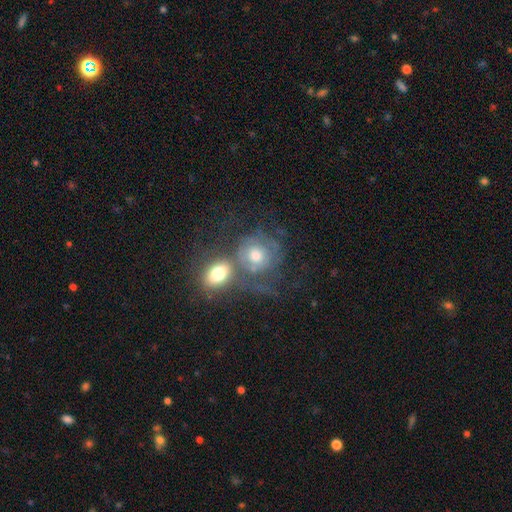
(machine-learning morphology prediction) A smooth galaxy with no disk features (46%). Merging: merger (45%).